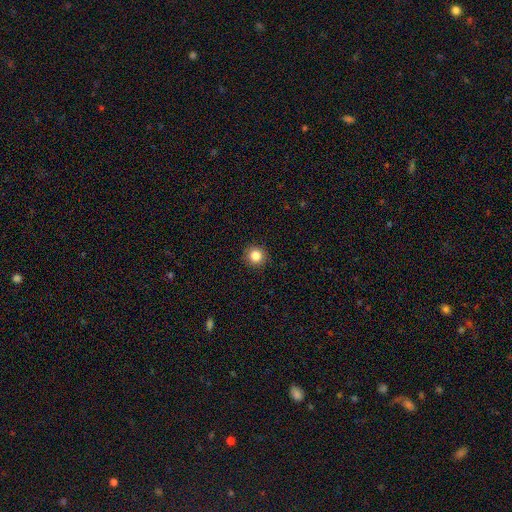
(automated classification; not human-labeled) smooth-or-featured: smooth: 85% | star or artifact: 11% | featured or disk: 5%
  how-rounded: round: 94% | in between: 5% | cigar-shaped: 1%
  merging: none: 92% | minor disturbance: 5% | major disturbance: 2% | merger: 1%